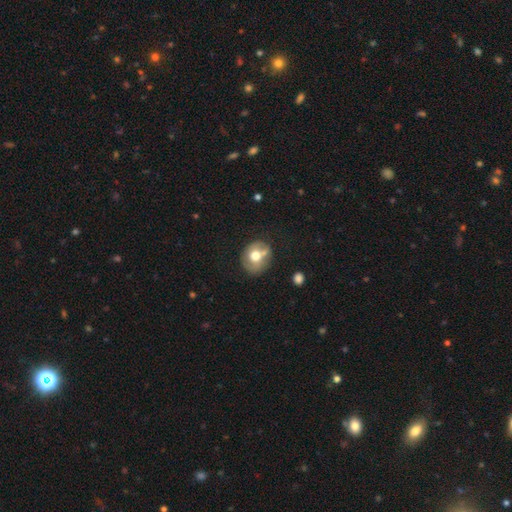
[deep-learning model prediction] Morphology: type=smooth (58%); roundness=round (66%); merging=none (57%).